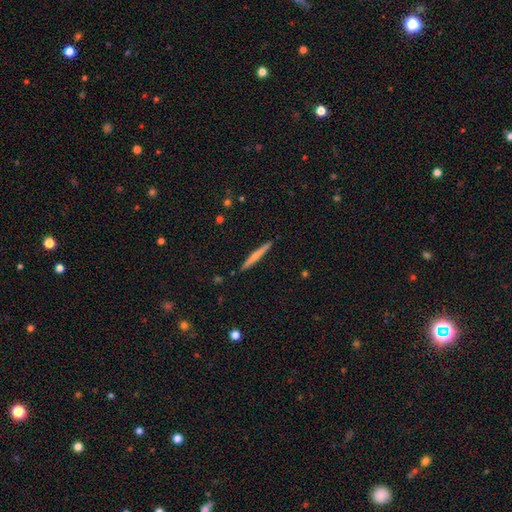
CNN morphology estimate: A smooth galaxy with no disk features (49%).

Vote fractions:
- Smooth or featured? smooth: 49% / featured or disk: 45% / star or artifact: 6%
- Merging? none: 91% / minor disturbance: 6% / major disturbance: 1% / merger: 1%